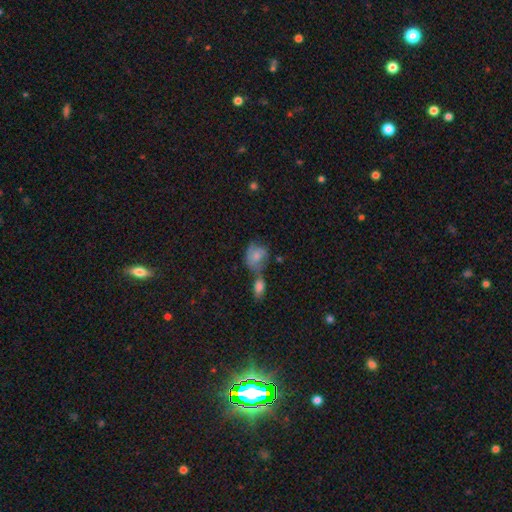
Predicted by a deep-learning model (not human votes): Smooth or featured? smooth (71%)
How rounded? round (51%)
Merging? merger (41%)